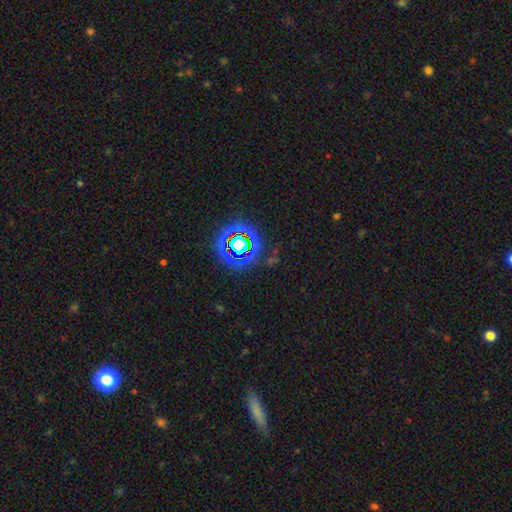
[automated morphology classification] type=star or artifact (73%).